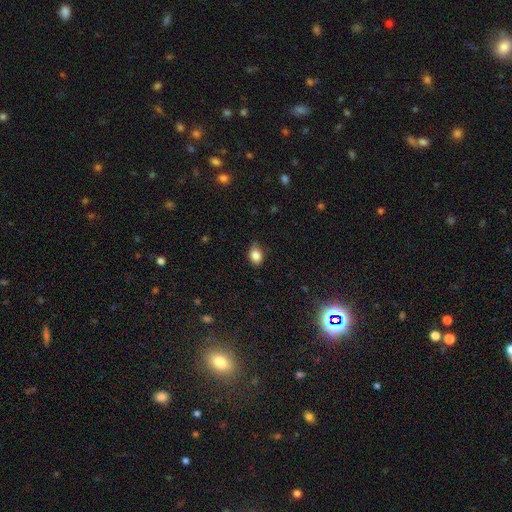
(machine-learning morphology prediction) Overall: smooth (85%). How rounded: in between (70%). Merging: none (68%).